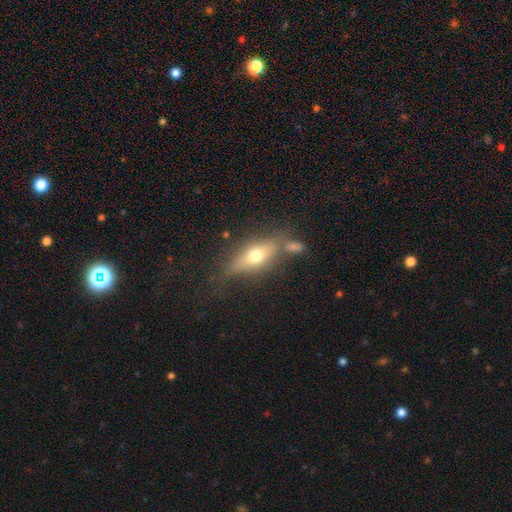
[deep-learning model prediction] Smooth or featured?
  - featured or disk: 47% *
  - smooth: 44%
  - star or artifact: 9%
Merging?
  - none: 67% *
  - minor disturbance: 16%
  - merger: 11%
  - major disturbance: 6%